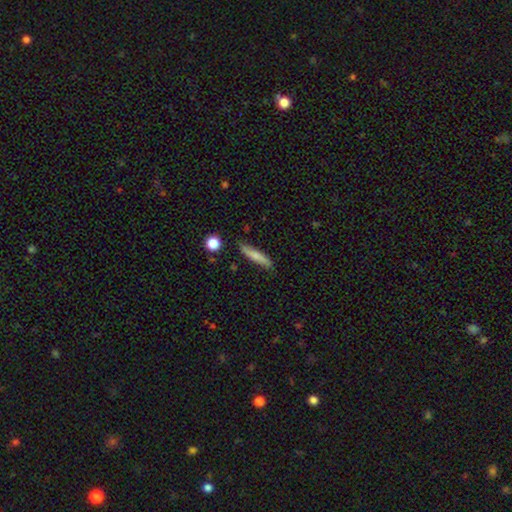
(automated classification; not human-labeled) smooth_or_featured: smooth (p=0.68) [alt: featured or disk p=0.25]
how_rounded: cigar-shaped (p=0.85) [alt: in between p=0.13]
merging: none (p=0.80) [alt: minor disturbance p=0.15]